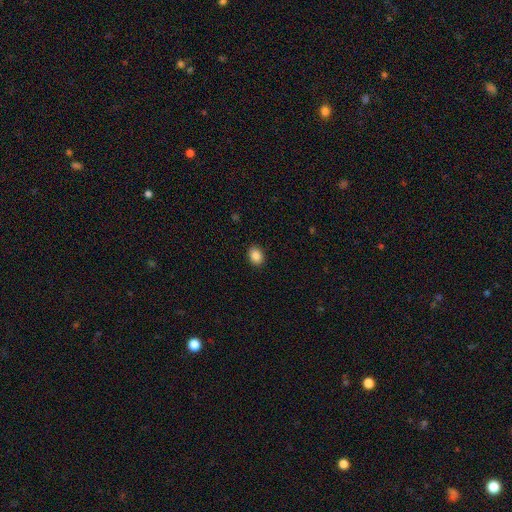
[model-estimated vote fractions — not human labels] Smooth or featured? smooth (87%)
How rounded? in between (57%)
Merging? none (90%)